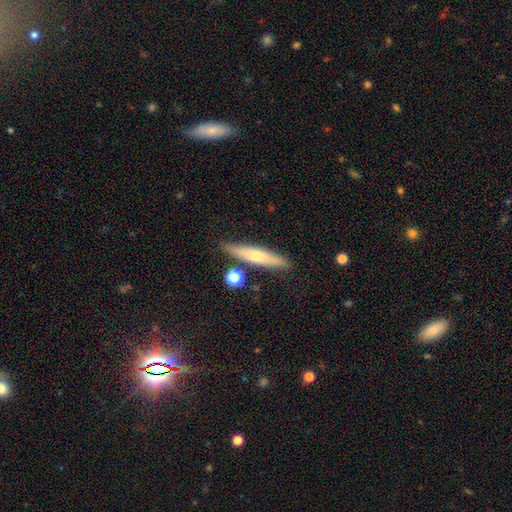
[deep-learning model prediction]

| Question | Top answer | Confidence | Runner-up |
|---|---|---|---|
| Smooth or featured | smooth | 52% | featured or disk (42%) |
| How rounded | cigar-shaped | 86% | in between (11%) |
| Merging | none | 83% | minor disturbance (10%) |